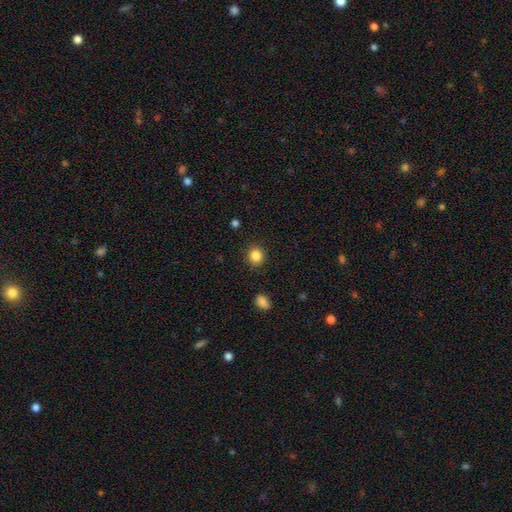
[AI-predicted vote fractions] Smooth or featured?
  - smooth: 86% *
  - star or artifact: 10%
  - featured or disk: 4%
How rounded?
  - round: 87% *
  - in between: 12%
  - cigar-shaped: 1%
Merging?
  - none: 90% *
  - minor disturbance: 6%
  - major disturbance: 2%
  - merger: 1%